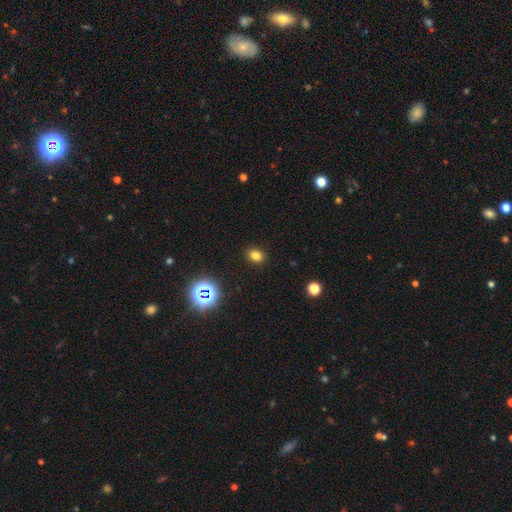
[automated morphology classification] Smooth or featured?
  - smooth: 77% *
  - star or artifact: 17%
  - featured or disk: 6%
How rounded?
  - in between: 53% *
  - round: 46%
  - cigar-shaped: 1%
Merging?
  - none: 90% *
  - minor disturbance: 7%
  - major disturbance: 2%
  - merger: 1%